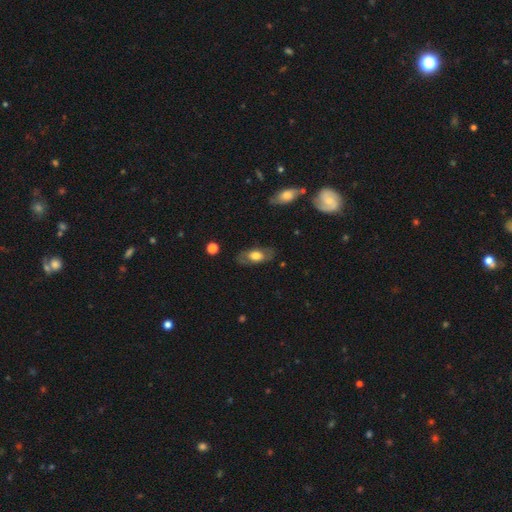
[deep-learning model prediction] Q: Smooth or featured?
A: smooth (56%); runner-up: featured or disk (38%)
Q: How rounded?
A: in between (85%); runner-up: cigar-shaped (8%)
Q: Merging?
A: none (79%); runner-up: minor disturbance (15%)